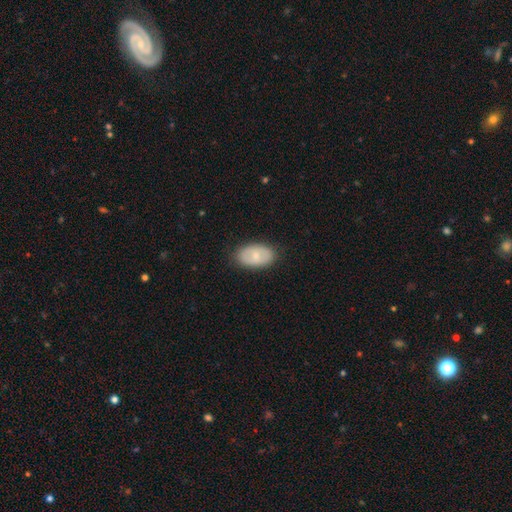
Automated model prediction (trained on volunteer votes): Smooth or featured? smooth (65%)
How rounded? in between (91%)
Merging? none (85%)